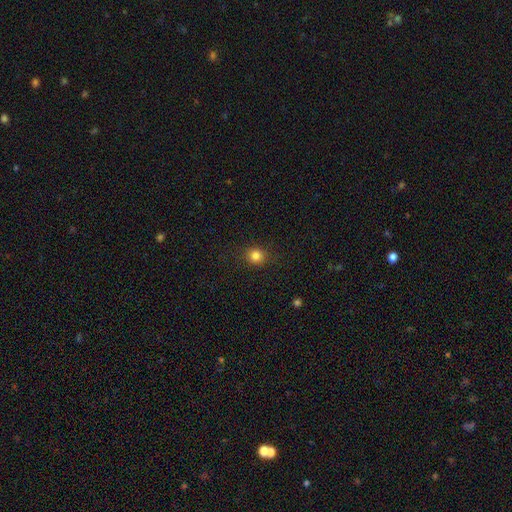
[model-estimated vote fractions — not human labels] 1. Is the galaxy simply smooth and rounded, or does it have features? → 83% smooth, 12% star or artifact, 5% featured or disk.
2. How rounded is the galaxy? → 83% round, 16% in between, 1% cigar-shaped.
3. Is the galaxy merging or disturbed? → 87% none, 9% minor disturbance, 3% major disturbance, 1% merger.